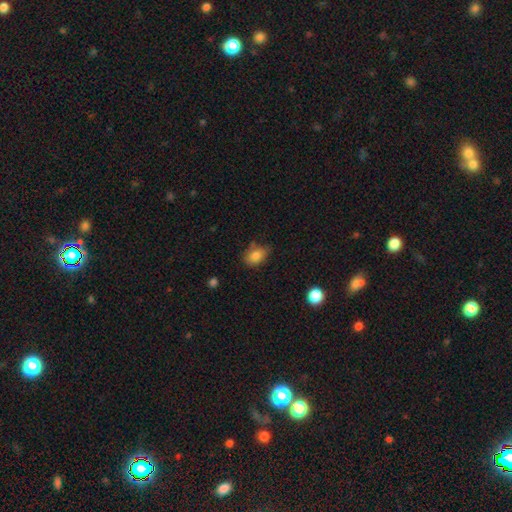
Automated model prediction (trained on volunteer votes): Smooth or featured?
  - smooth: 82% *
  - star or artifact: 10%
  - featured or disk: 8%
How rounded?
  - in between: 74% *
  - round: 24%
  - cigar-shaped: 2%
Merging?
  - none: 66% *
  - minor disturbance: 26%
  - major disturbance: 5%
  - merger: 3%